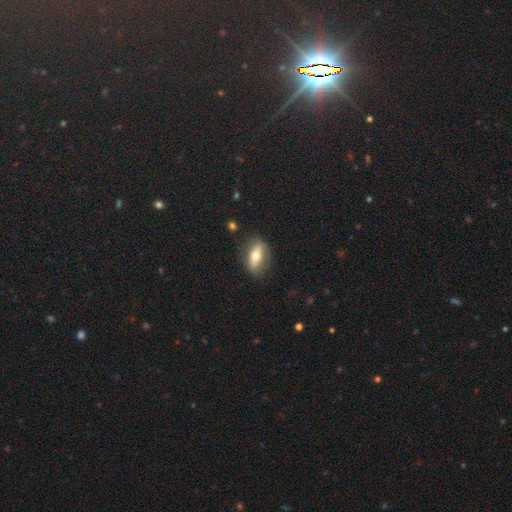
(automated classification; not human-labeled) Morphology: type=smooth (59%); roundness=in between (81%); merging=none (78%).